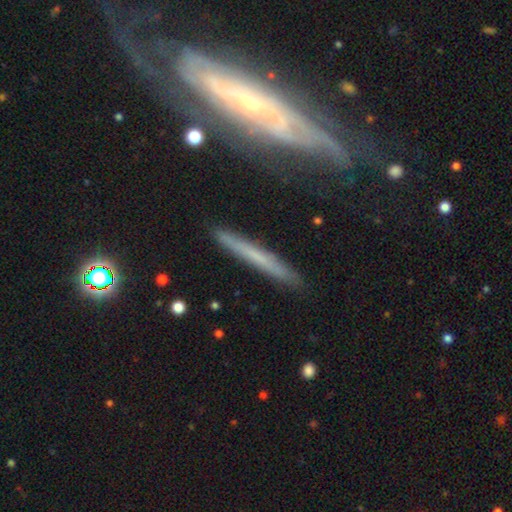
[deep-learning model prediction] Q: Smooth or featured?
A: featured or disk (49%); runner-up: smooth (42%)
Q: Merging?
A: none (82%); runner-up: minor disturbance (13%)